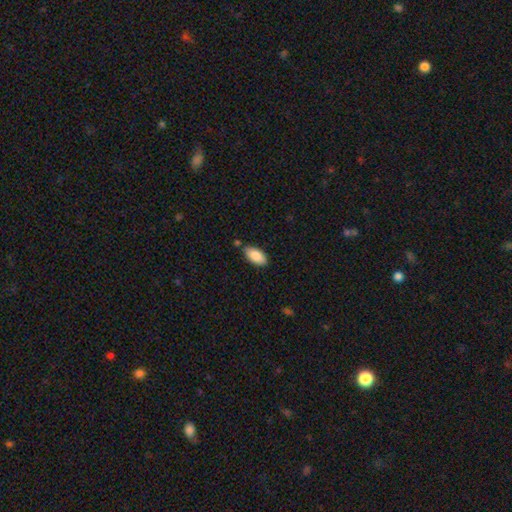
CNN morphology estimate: This is clearly a smooth galaxy (87%). How rounded: clearly in between (93%). Merging: likely none (77%).